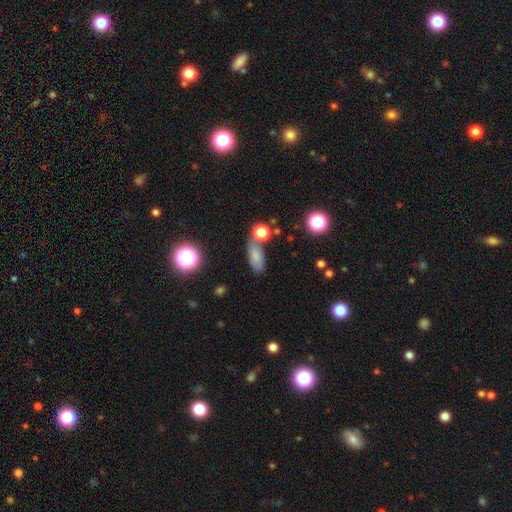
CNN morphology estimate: Smooth or featured? Predicted: smooth (p=0.74). How rounded? Predicted: in between (p=0.77). Merging? Predicted: none (p=0.53).